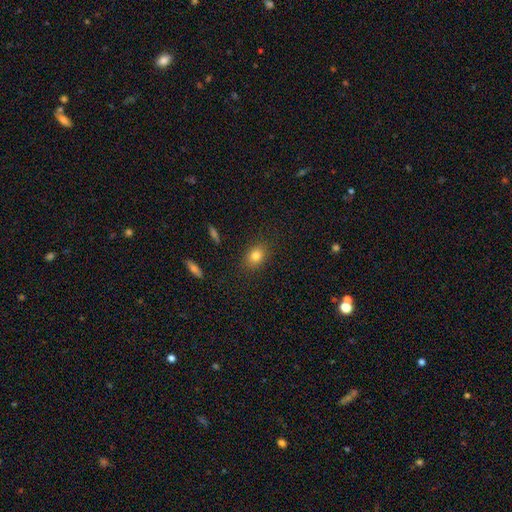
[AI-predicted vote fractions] smooth 80%, star or artifact 11%, featured or disk 8%. Down the decision tree: how rounded — in between (61%); merging — none (86%).